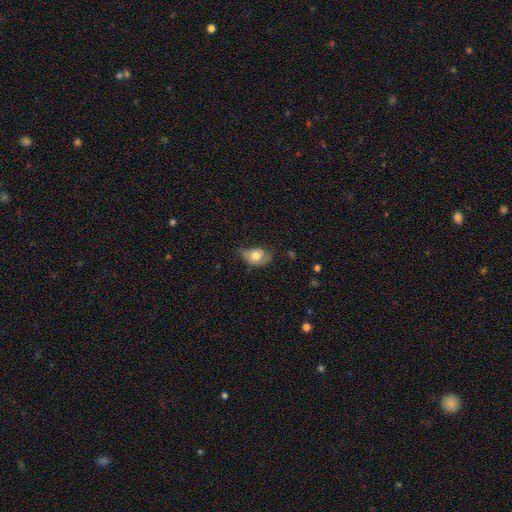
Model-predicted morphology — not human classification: smooth_or_featured: smooth (p=0.65) [alt: featured or disk p=0.27]
how_rounded: in between (p=0.76) [alt: round p=0.22]
merging: minor disturbance (p=0.42) [alt: none p=0.36]